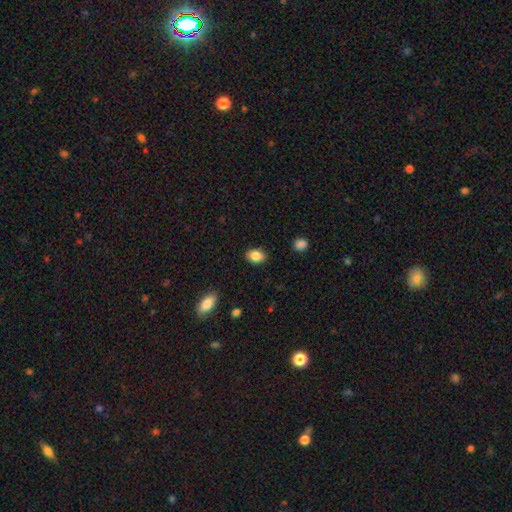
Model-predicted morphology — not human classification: smooth_or_featured: smooth (p=0.86) [alt: star or artifact p=0.08]
how_rounded: in between (p=0.76) [alt: round p=0.23]
merging: none (p=0.86) [alt: minor disturbance p=0.10]